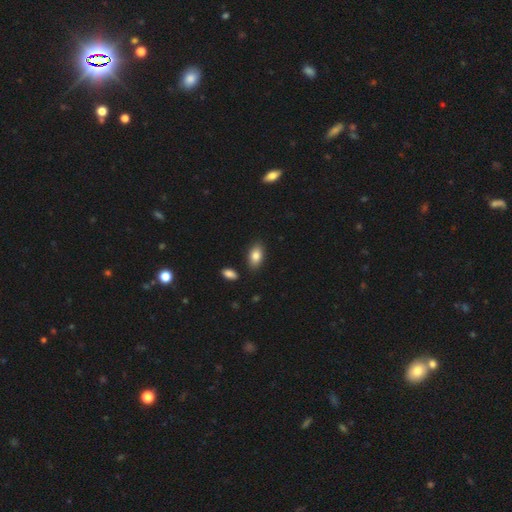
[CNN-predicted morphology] The model was most divided on "smooth or featured": smooth: 84%, featured or disk: 8%, star or artifact: 7%. More confident: how rounded — in between (92%); merging — none (85%).